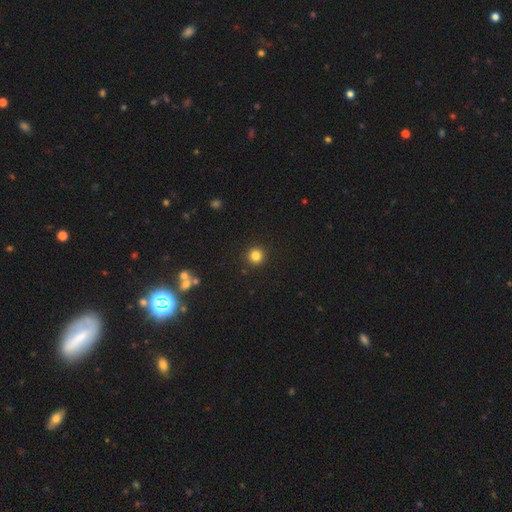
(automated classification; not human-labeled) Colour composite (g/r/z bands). It shows a smooth galaxy with no disk features (82%) that is round (95%). Merging: none (92%).